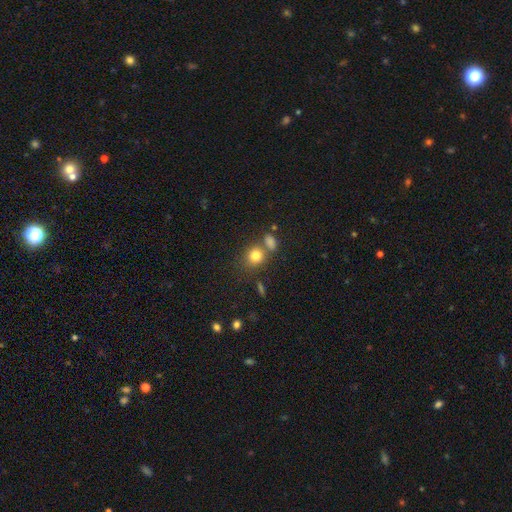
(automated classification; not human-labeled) Smooth or featured? smooth (80%)
How rounded? round (74%)
Merging? none (58%)